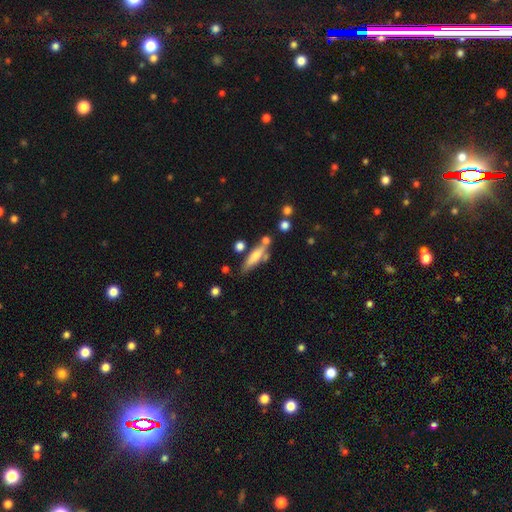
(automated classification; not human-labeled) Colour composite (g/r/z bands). It shows a smooth galaxy with no disk features (65%) that is cigar-shaped (67%). Merging: none (56%).